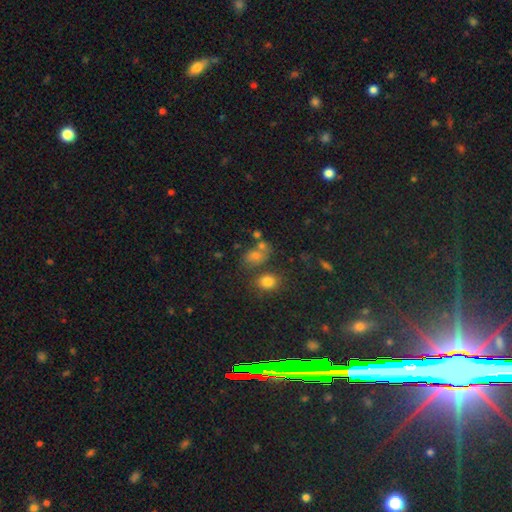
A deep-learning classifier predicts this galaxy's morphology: Smooth or featured: smooth — 65% (star or artifact — 22%)
How rounded: in between — 63% (round — 35%)
Merging: none — 51% (merger — 28%)